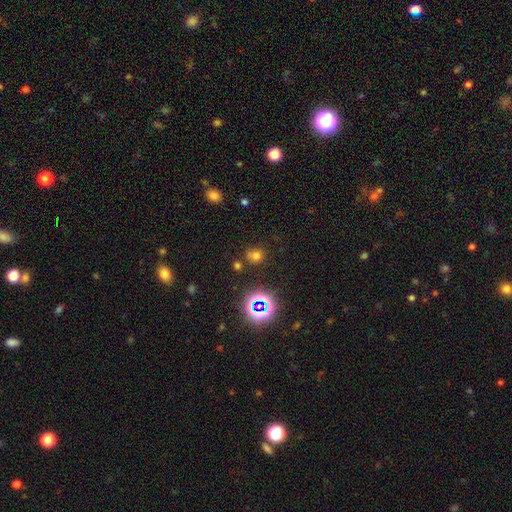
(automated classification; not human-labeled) A smooth galaxy with no disk features (63%) that is round (77%). Merging: none (70%).